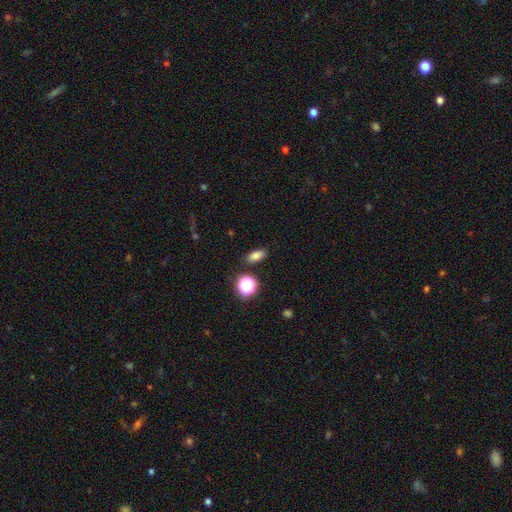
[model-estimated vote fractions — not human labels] The model was most divided on "smooth or featured": smooth: 77%, star or artifact: 14%, featured or disk: 8%. More confident: merging — none (84%); how rounded — in between (81%).